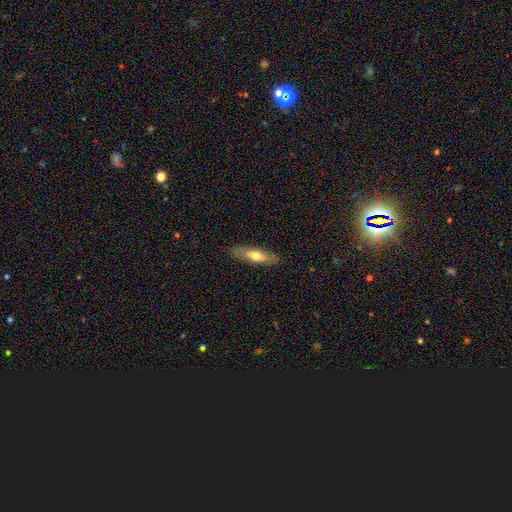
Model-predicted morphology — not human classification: This appears to be a smooth galaxy with no disk features (60%) that is cigar-shaped (53%). Merging: none (85%).